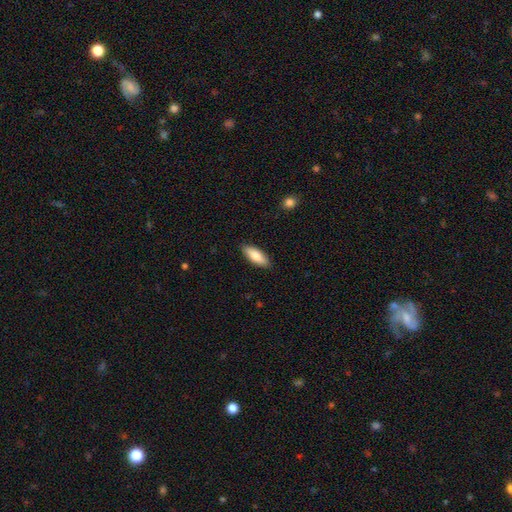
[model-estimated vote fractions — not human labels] Smooth or featured?
  - smooth: 82% *
  - featured or disk: 13%
  - star or artifact: 6%
How rounded?
  - in between: 72% *
  - cigar-shaped: 26%
  - round: 2%
Merging?
  - none: 89% *
  - minor disturbance: 9%
  - major disturbance: 2%
  - merger: 1%